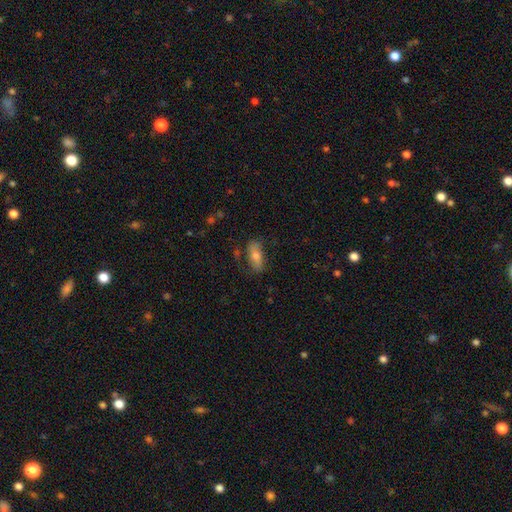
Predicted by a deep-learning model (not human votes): The model was most divided on "smooth or featured": smooth: 63%, featured or disk: 28%, star or artifact: 9%. More confident: merging — none (75%); how rounded — in between (71%).